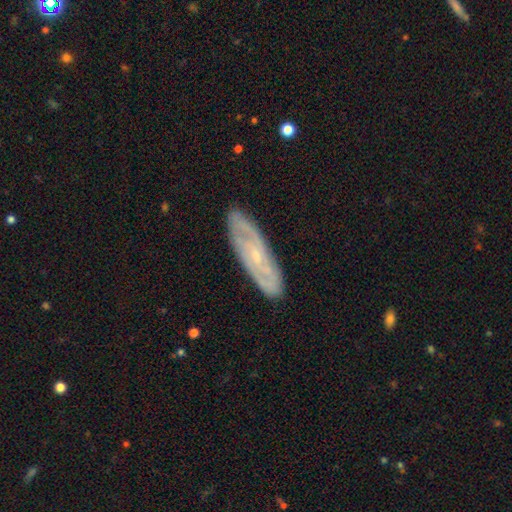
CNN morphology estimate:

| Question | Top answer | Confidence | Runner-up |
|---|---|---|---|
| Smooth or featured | featured or disk | 73% | smooth (20%) |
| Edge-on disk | no | 80% | yes (20%) |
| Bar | no | 67% | weak (26%) |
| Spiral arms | yes | 85% | no (15%) |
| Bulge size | small | 80% | moderate (15%) |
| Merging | none | 85% | minor disturbance (11%) |